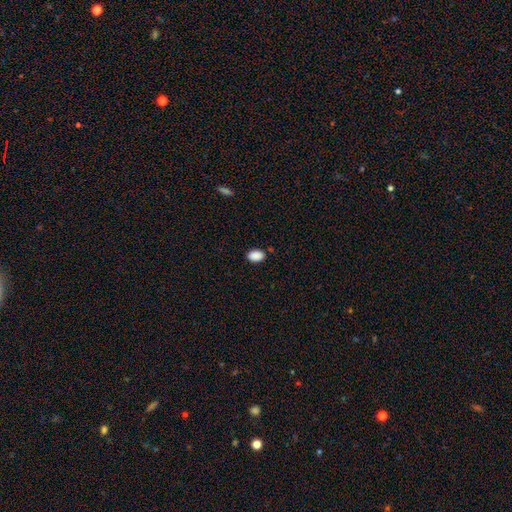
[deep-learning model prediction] Smooth or featured: smooth — 89% (star or artifact — 8%)
How rounded: in between — 86% (round — 12%)
Merging: none — 84% (minor disturbance — 12%)